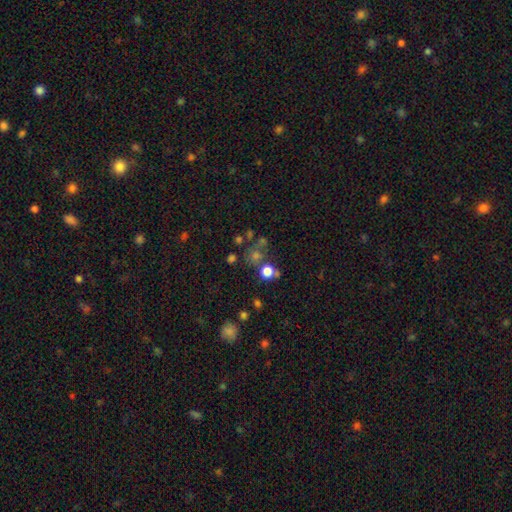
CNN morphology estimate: smooth_or_featured: smooth (p=0.52) [alt: star or artifact p=0.36]
how_rounded: round (p=0.86) [alt: in between p=0.13]
merging: none (p=0.62) [alt: merger p=0.21]